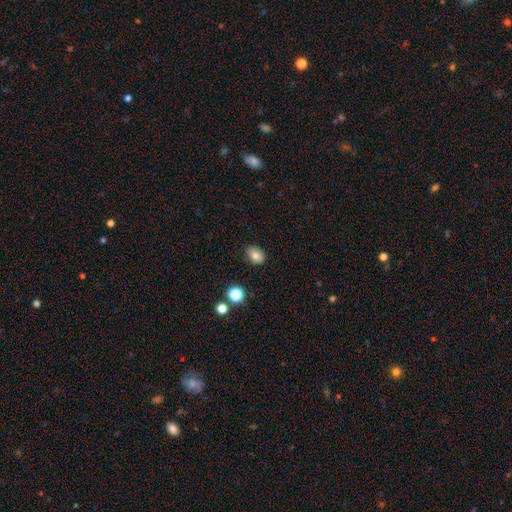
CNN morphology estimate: smooth 80%, star or artifact 11%, featured or disk 9%. Down the decision tree: how rounded — in between (74%); merging — none (83%).